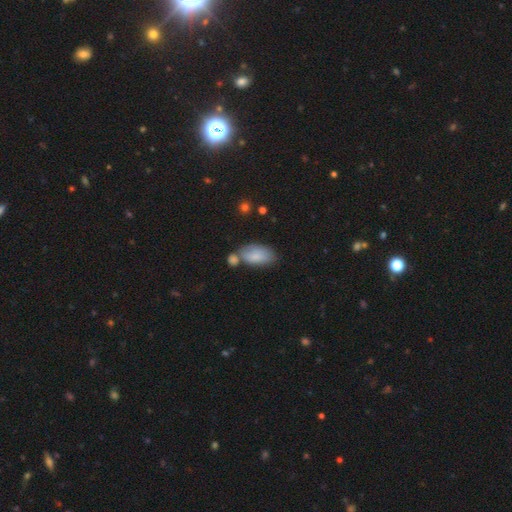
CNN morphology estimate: Smooth or featured? Predicted: smooth (p=0.80). How rounded? Predicted: in between (p=0.92). Merging? Predicted: none (p=0.46).